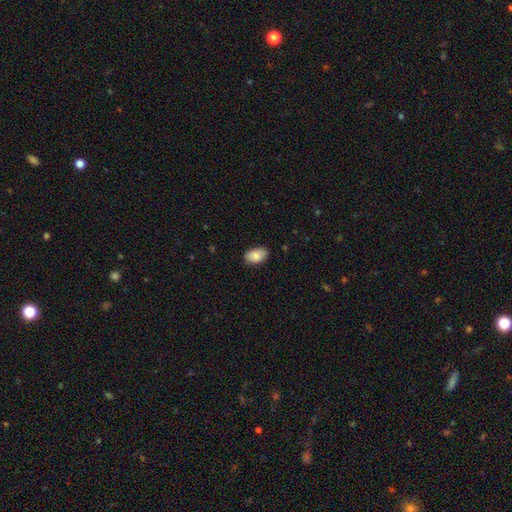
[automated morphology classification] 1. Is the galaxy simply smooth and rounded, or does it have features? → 86% smooth, 8% featured or disk, 7% star or artifact.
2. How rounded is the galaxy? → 93% in between, 6% round, 2% cigar-shaped.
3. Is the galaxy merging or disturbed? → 85% none, 12% minor disturbance, 2% major disturbance, 1% merger.